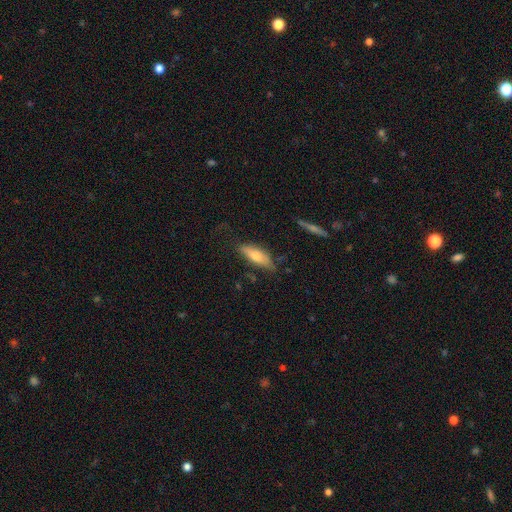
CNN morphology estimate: This is likely a smooth galaxy (67%). How rounded: possibly in between (56%). Merging: likely none (67%).